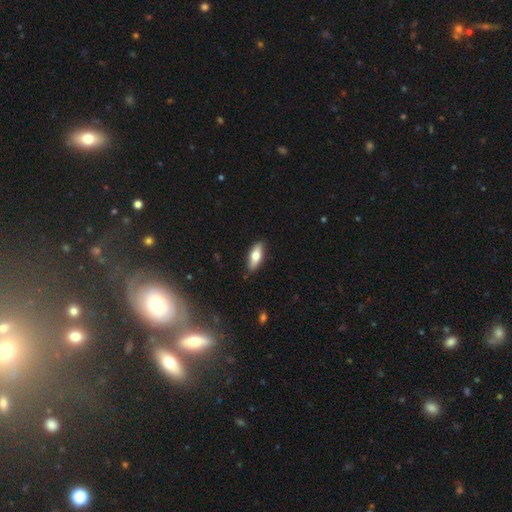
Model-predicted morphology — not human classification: Smooth or featured? Predicted: smooth (p=0.69). How rounded? Predicted: in between (p=0.71). Merging? Predicted: none (p=0.86).